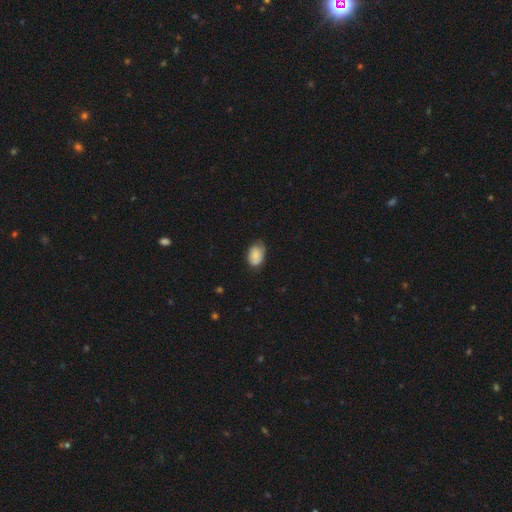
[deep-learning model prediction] Q: Smooth or featured?
A: smooth (79%); runner-up: featured or disk (13%)
Q: How rounded?
A: in between (85%); runner-up: round (14%)
Q: Merging?
A: none (61%); runner-up: minor disturbance (32%)